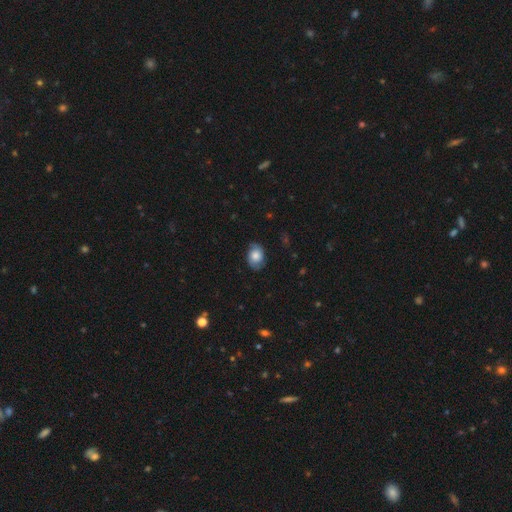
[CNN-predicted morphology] The model was most divided on "smooth or featured": smooth: 55%, featured or disk: 36%, star or artifact: 8%. More confident: merging — none (77%); how rounded — in between (71%).